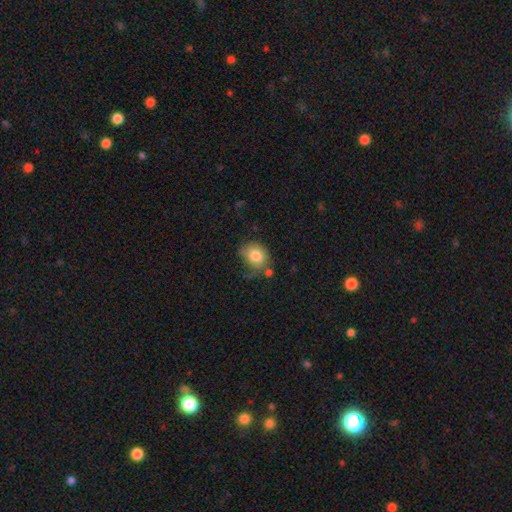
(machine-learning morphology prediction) smooth_or_featured: smooth (p=0.80) [alt: featured or disk p=0.11]
how_rounded: round (p=0.54) [alt: in between p=0.45]
merging: none (p=0.53) [alt: minor disturbance p=0.28]